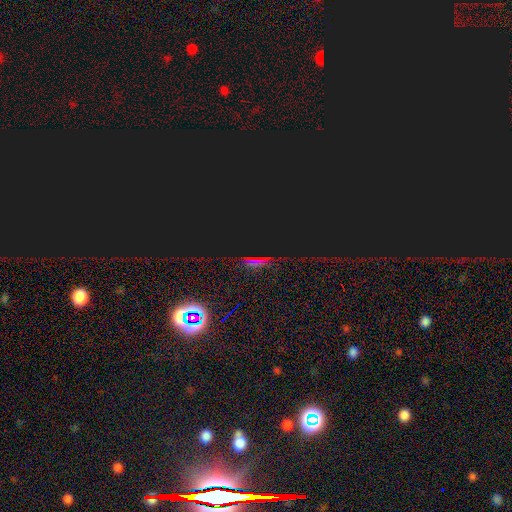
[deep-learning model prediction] Smooth or featured? Predicted: star or artifact (p=0.72).